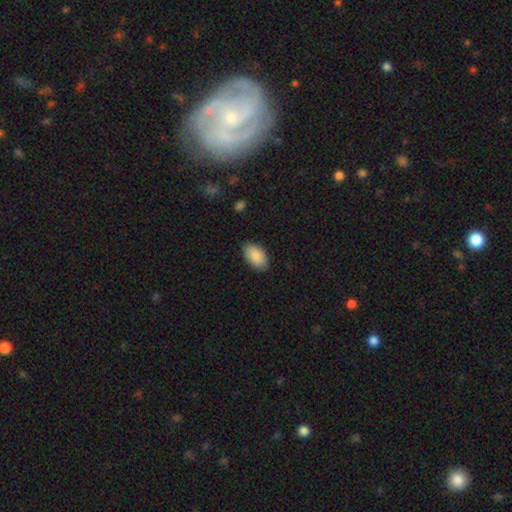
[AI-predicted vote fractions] A smooth galaxy with no disk features (89%) that is in between round and cigar-shaped (94%). Merging: none (85%).